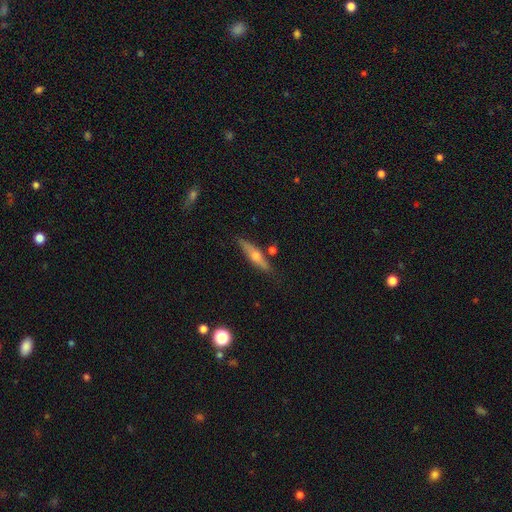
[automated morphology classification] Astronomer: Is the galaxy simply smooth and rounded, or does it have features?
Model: featured or disk — 52% (runner-up: smooth, 41%).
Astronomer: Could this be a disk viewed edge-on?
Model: yes — 92%.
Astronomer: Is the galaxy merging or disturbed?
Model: none — 78%.